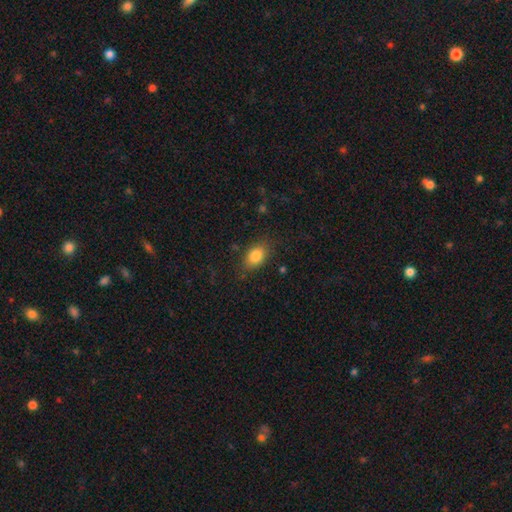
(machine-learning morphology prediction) A smooth galaxy with no disk features (84%) that is in between round and cigar-shaped (83%). Merging: none (80%).